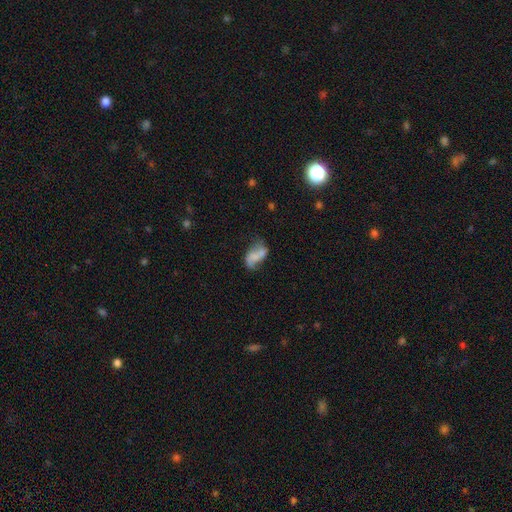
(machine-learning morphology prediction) This is possibly a smooth galaxy (47%). Merging: marginally none (34%).